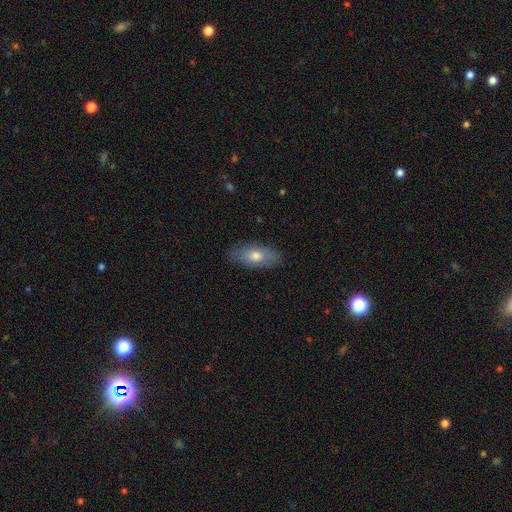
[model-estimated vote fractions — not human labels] This is likely a smooth galaxy (69%). How rounded: clearly in between (86%). Merging: clearly none (83%).